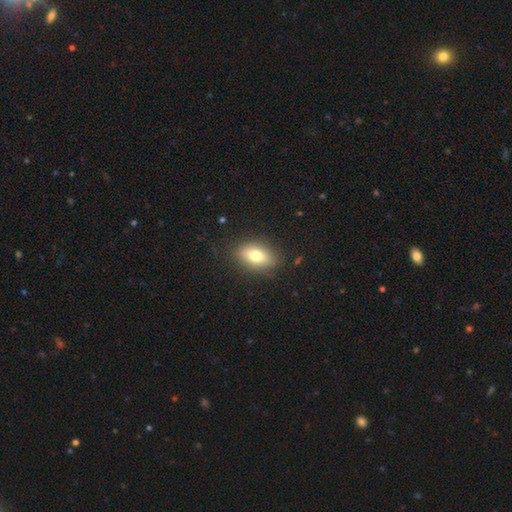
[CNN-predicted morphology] Smooth or featured? smooth (72%)
How rounded? in between (83%)
Merging? none (83%)